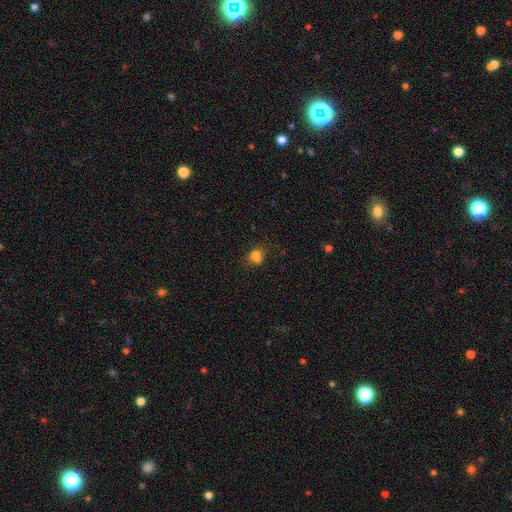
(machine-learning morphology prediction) Smooth or featured? smooth (75%)
How rounded? round (56%)
Merging? none (50%)